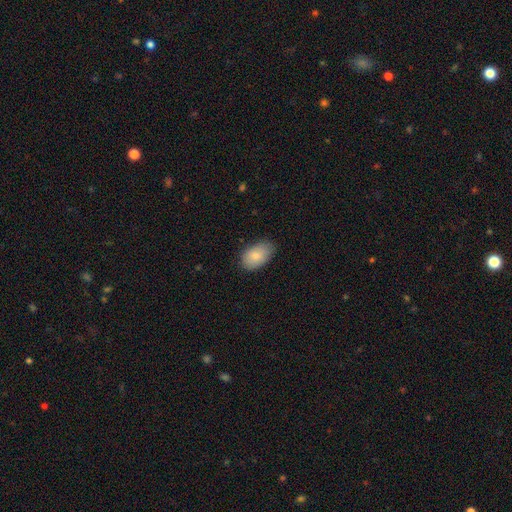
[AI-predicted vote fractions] smooth 84%, featured or disk 9%, star or artifact 7%. Down the decision tree: how rounded — in between (92%); merging — none (76%).